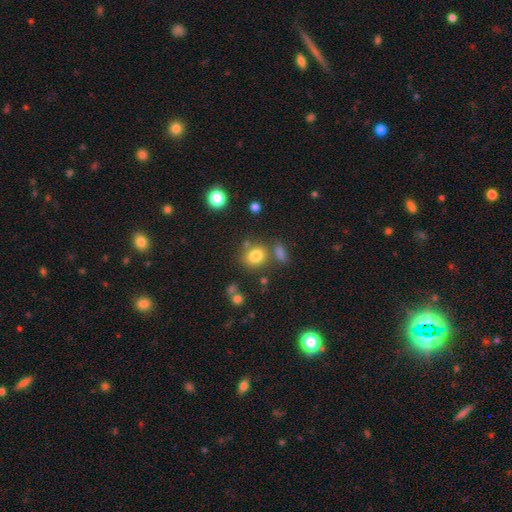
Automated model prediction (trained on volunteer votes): Morphology: type=smooth (79%); roundness=round (62%); merging=none (70%).